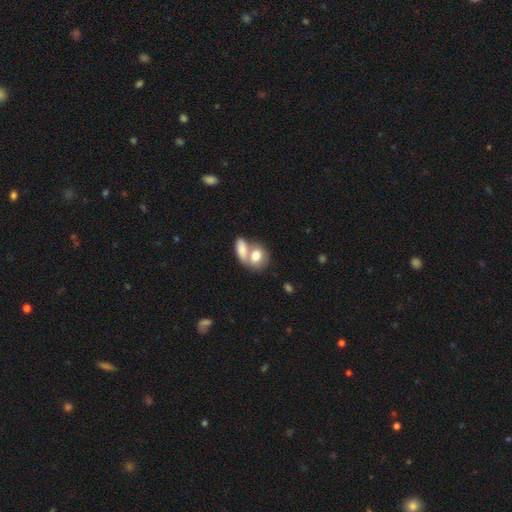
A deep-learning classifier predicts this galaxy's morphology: smooth 76%, featured or disk 17%, star or artifact 7%. Down the decision tree: how rounded — in between (70%); merging — merger (63%).